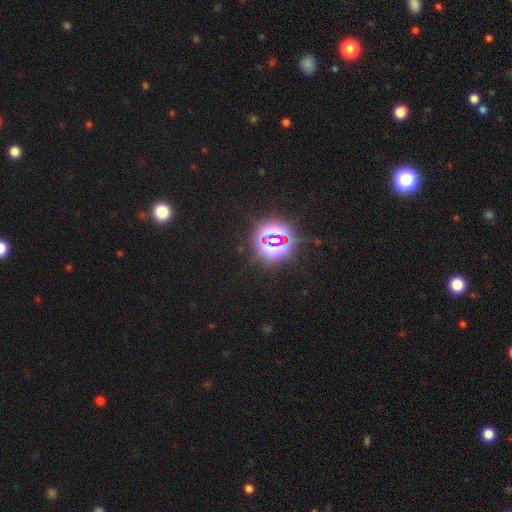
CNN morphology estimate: The model was most divided on "smooth or featured": star or artifact: 82%, smooth: 12%, featured or disk: 6%.